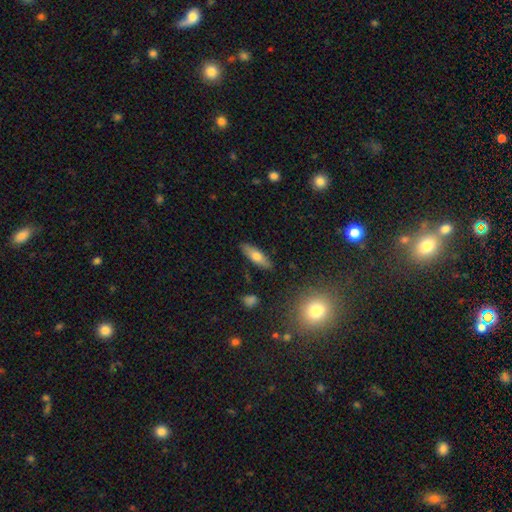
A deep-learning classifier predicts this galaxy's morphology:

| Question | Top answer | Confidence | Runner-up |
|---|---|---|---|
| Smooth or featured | smooth | 66% | featured or disk (27%) |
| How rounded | in between | 52% | cigar-shaped (45%) |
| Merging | none | 87% | minor disturbance (9%) |